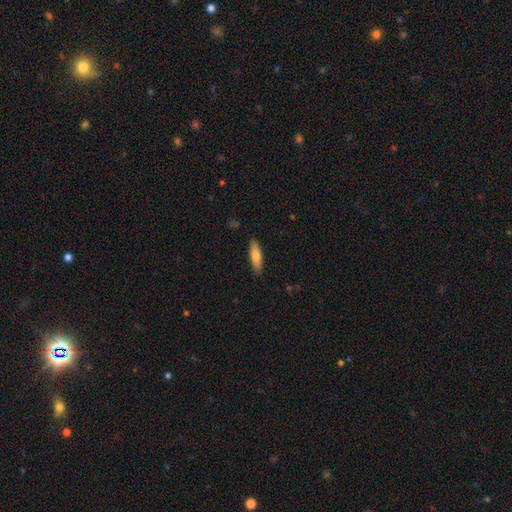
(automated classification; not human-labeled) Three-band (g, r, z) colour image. It shows a smooth galaxy with no disk features (73%) that is cigar-shaped (61%). Merging: none (89%).